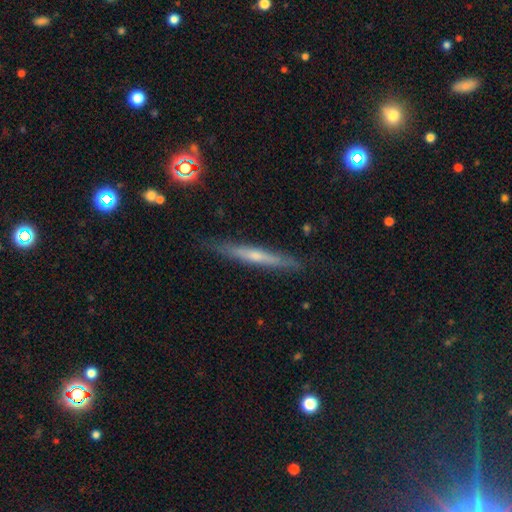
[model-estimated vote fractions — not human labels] Smooth or featured: featured or disk — 58% (smooth — 34%)
Edge-on disk: yes — 94% (no — 6%)
Edge-on bulge: rounded — 50% (none — 45%)
Merging: none — 87% (minor disturbance — 10%)